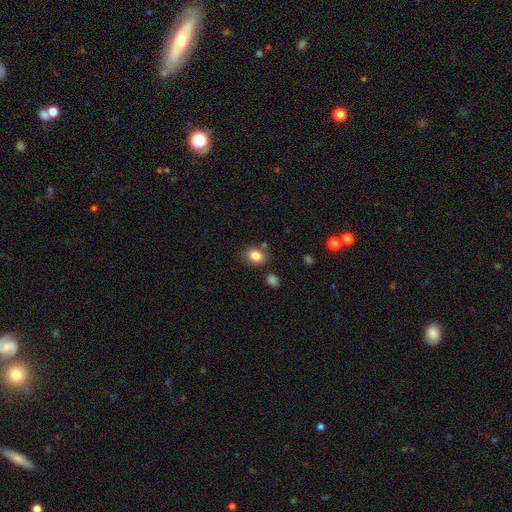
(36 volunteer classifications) Morphology: type=smooth (89%); roundness=round (53%); merging=none (85%).